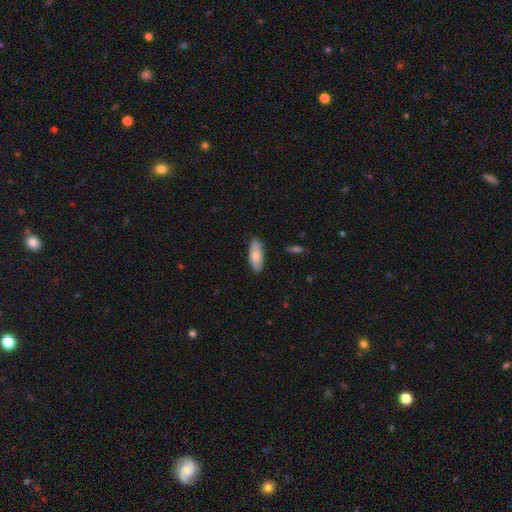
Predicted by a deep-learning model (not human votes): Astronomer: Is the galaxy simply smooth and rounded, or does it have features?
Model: smooth — 78%.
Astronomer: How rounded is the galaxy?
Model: in between — 76%.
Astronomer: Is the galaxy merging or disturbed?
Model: none — 86%.